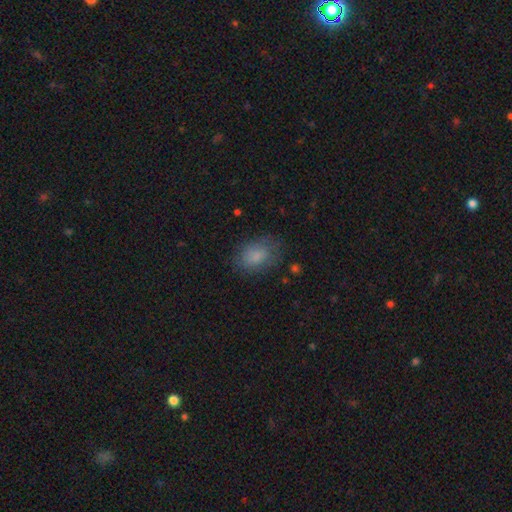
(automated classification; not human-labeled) The model was most divided on "merging": none: 71%, minor disturbance: 20%, major disturbance: 8%, merger: 2%. More confident: smooth or featured — smooth (81%); how rounded — in between (79%).